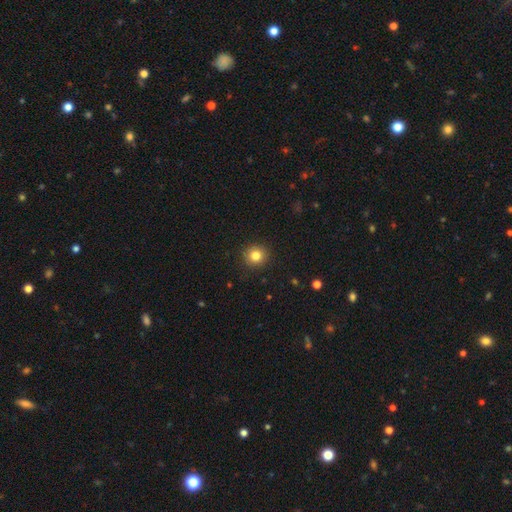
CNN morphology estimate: A smooth galaxy with no disk features (83%) that is round (91%). Merging: none (92%).